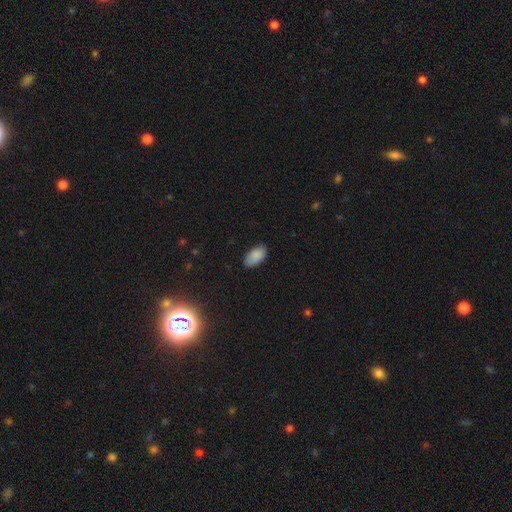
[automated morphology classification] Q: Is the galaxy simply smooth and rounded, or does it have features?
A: smooth — 87%.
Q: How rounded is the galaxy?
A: in between — 95%.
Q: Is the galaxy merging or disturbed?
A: none — 82%.